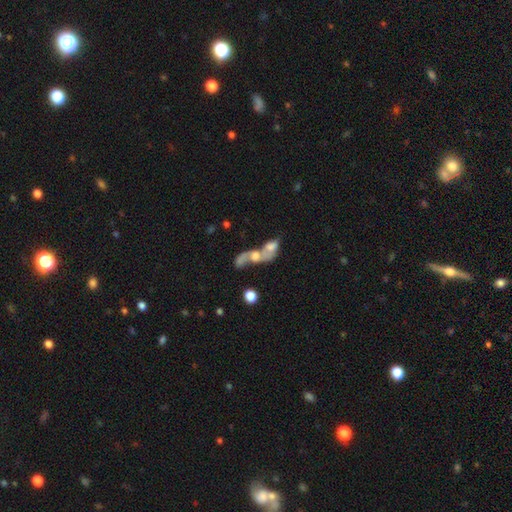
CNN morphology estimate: A featured or disk galaxy (52%).

Vote fractions:
- Smooth or featured? featured or disk: 52% / smooth: 35% / star or artifact: 14%
- Edge-on disk? no: 88% / yes: 12%
- Merging? merger: 69% / none: 14% / major disturbance: 11% / minor disturbance: 6%